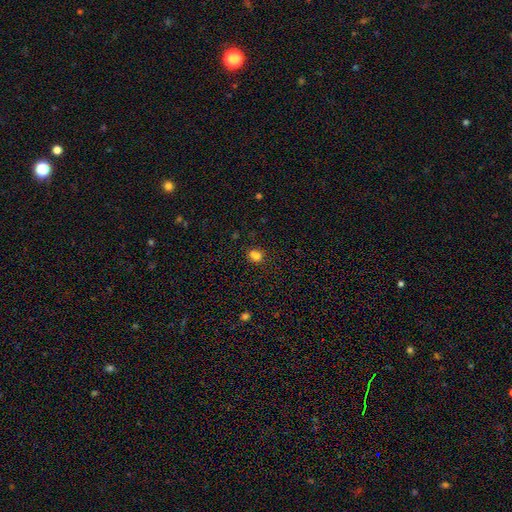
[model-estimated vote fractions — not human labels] smooth 76%, star or artifact 16%, featured or disk 7%. Down the decision tree: how rounded — round (56%); merging — none (61%).